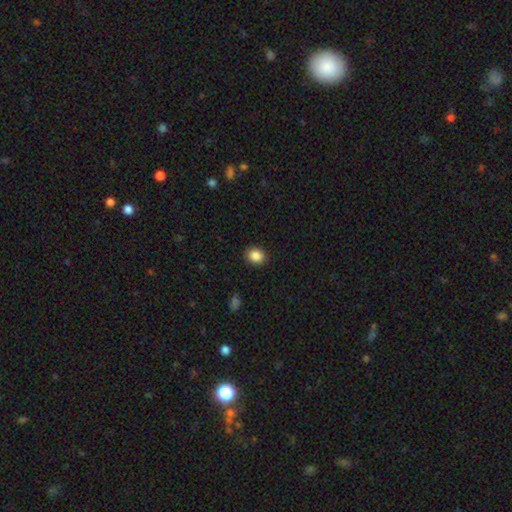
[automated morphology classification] A smooth galaxy with no disk features (87%) that is round (64%). Merging: none (89%).